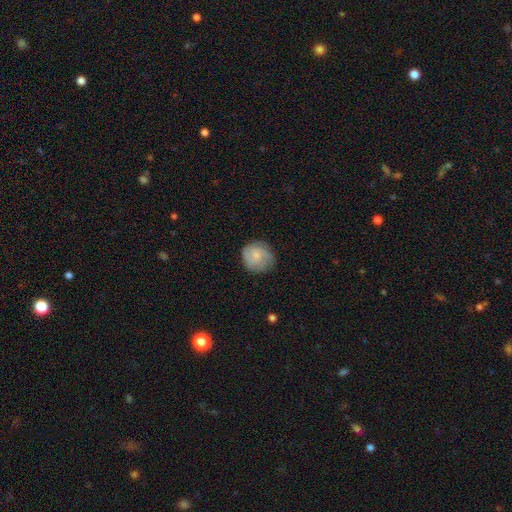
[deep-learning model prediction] Smooth or featured: featured or disk — 56% (smooth — 37%)
Edge-on disk: no — 98% (yes — 2%)
Bar: no — 65% (weak — 31%)
Spiral arms: yes — 91% (no — 9%)
Bulge size: small — 54% (moderate — 30%)
Merging: none — 77% (minor disturbance — 17%)